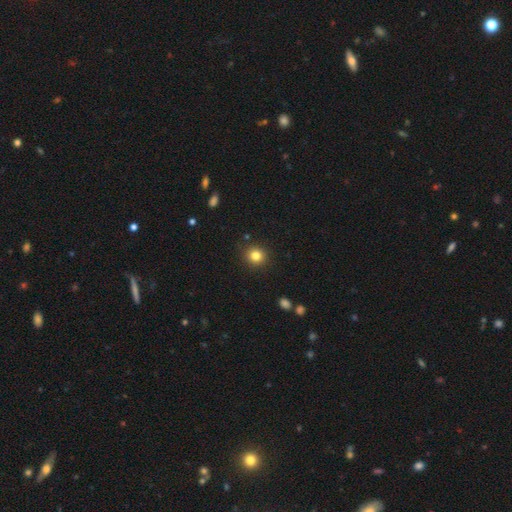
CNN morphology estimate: A smooth galaxy with no disk features (82%) that is round (89%). Merging: none (90%).